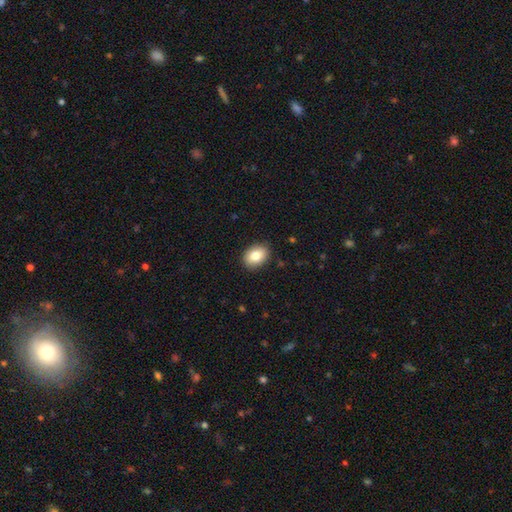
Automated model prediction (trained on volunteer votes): Overall: smooth (81%). How rounded: in between (76%). Merging: none (88%).